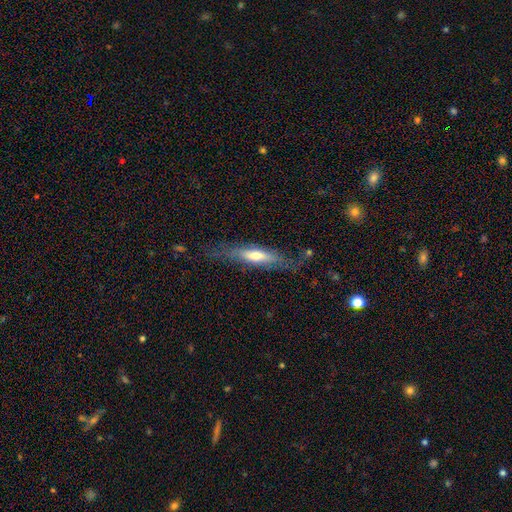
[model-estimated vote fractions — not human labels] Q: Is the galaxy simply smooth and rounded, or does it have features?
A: featured or disk — 48%.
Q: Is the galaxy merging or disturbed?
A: none — 66%.